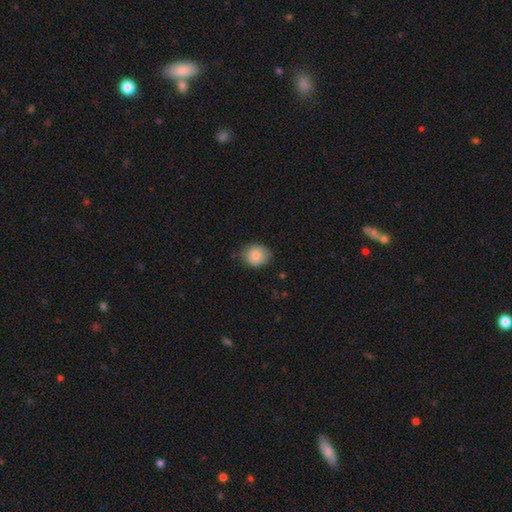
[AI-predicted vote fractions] smooth 82%, featured or disk 10%, star or artifact 8%. Down the decision tree: how rounded — round (75%); merging — none (76%).